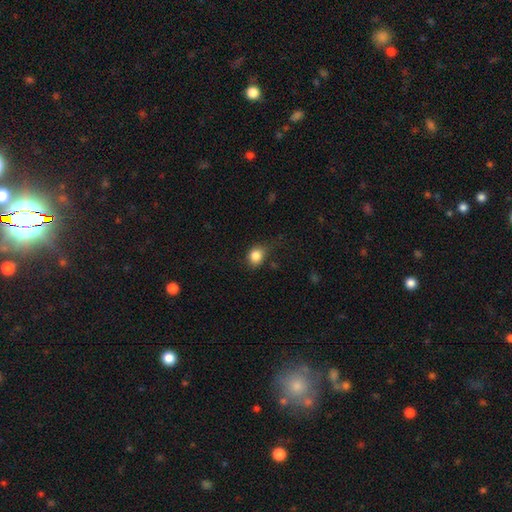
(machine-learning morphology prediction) Smooth or featured?
  - smooth: 85% *
  - star or artifact: 10%
  - featured or disk: 5%
How rounded?
  - round: 64% *
  - in between: 35%
  - cigar-shaped: 1%
Merging?
  - none: 67% *
  - minor disturbance: 24%
  - major disturbance: 7%
  - merger: 2%